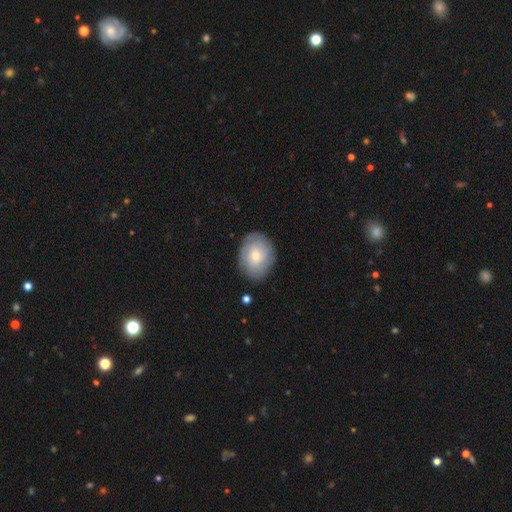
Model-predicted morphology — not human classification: This appears to be a smooth galaxy with no disk features (53%) that is in between round and cigar-shaped (52%). Merging: none (81%).